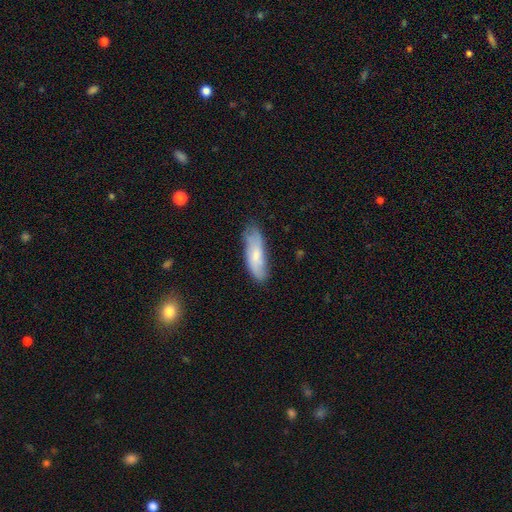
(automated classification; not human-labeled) This appears to be a smooth galaxy with no disk features (63%) that is in between round and cigar-shaped (59%). Merging: none (69%).